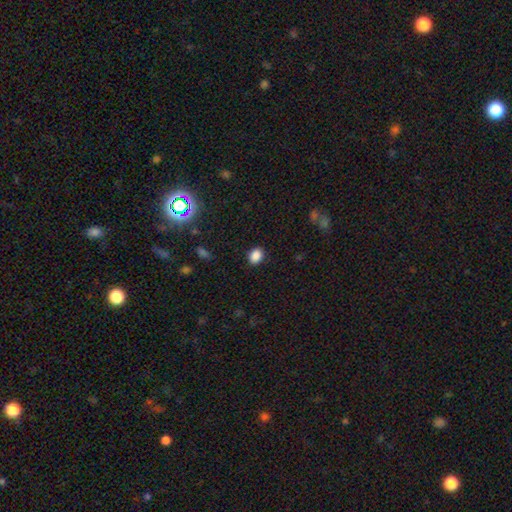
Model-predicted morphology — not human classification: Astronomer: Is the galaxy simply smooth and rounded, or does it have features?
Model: smooth — 87%.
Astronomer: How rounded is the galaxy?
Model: in between — 63%.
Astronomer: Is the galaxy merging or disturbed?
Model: none — 88%.